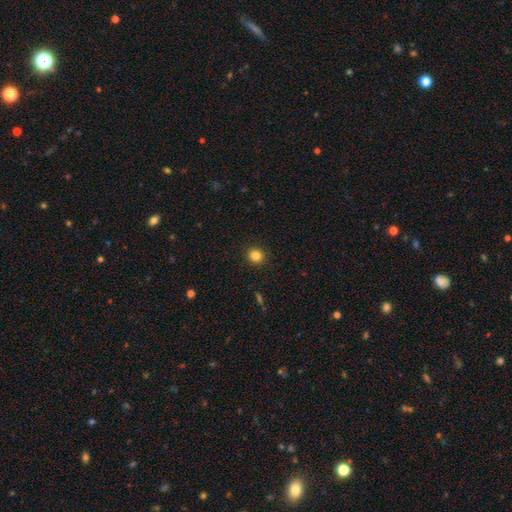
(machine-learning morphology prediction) Smooth or featured? smooth (84%)
How rounded? round (84%)
Merging? none (91%)